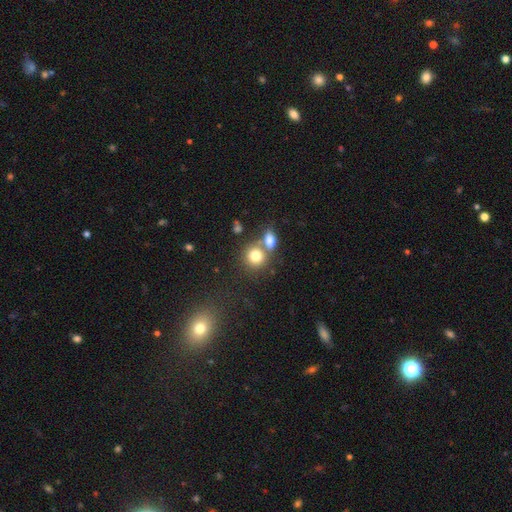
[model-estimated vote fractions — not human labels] smooth 77%, featured or disk 12%, star or artifact 11%. Down the decision tree: how rounded — round (79%); merging — none (46%).